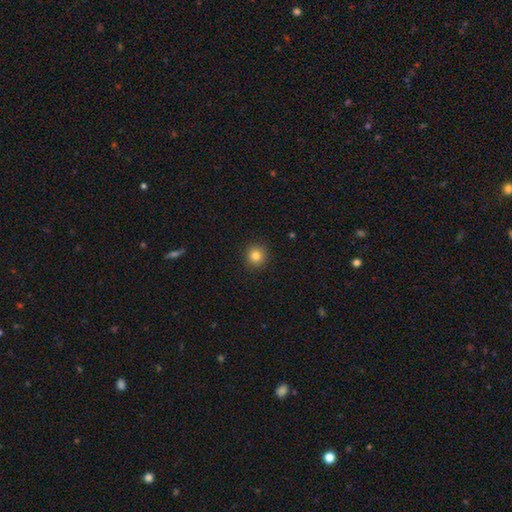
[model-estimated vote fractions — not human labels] This is clearly a smooth galaxy (83%). How rounded: clearly round (93%). Merging: clearly none (92%).